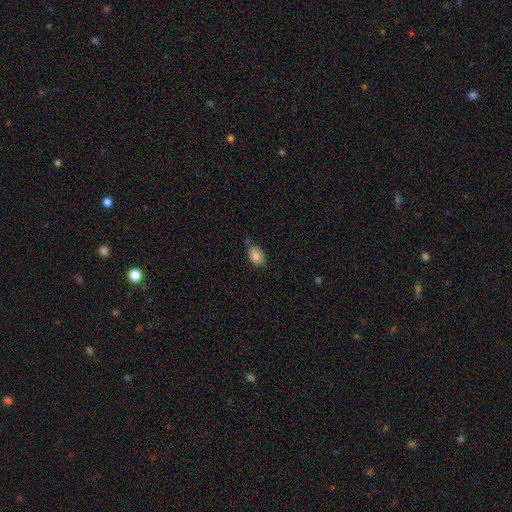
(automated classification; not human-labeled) The model was most divided on "merging": none: 68%, minor disturbance: 20%, merger: 8%, major disturbance: 4%. More confident: how rounded — in between (86%); smooth or featured — smooth (85%).